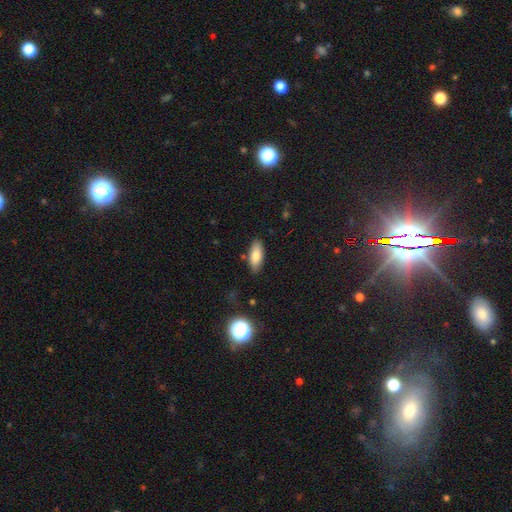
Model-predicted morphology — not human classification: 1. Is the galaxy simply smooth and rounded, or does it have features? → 80% smooth, 12% featured or disk, 8% star or artifact.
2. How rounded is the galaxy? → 81% in between, 17% cigar-shaped, 2% round.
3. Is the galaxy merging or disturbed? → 84% none, 12% minor disturbance, 2% major disturbance, 2% merger.